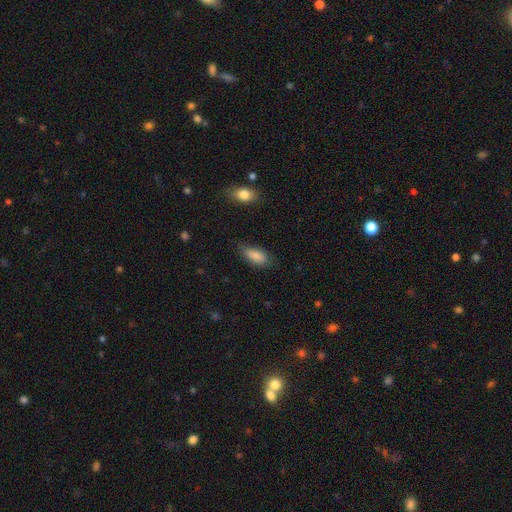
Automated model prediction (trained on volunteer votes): Q: Smooth or featured?
A: smooth (86%); runner-up: star or artifact (7%)
Q: How rounded?
A: in between (83%); runner-up: cigar-shaped (14%)
Q: Merging?
A: none (68%); runner-up: minor disturbance (24%)